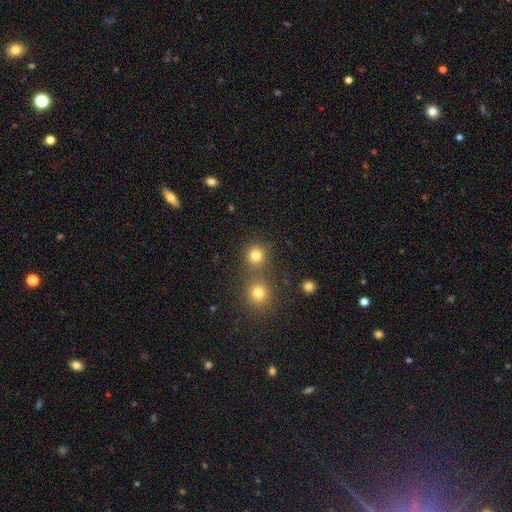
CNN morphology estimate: This appears to be a smooth galaxy with no disk features (79%) that is round (91%). Merging: none (67%).